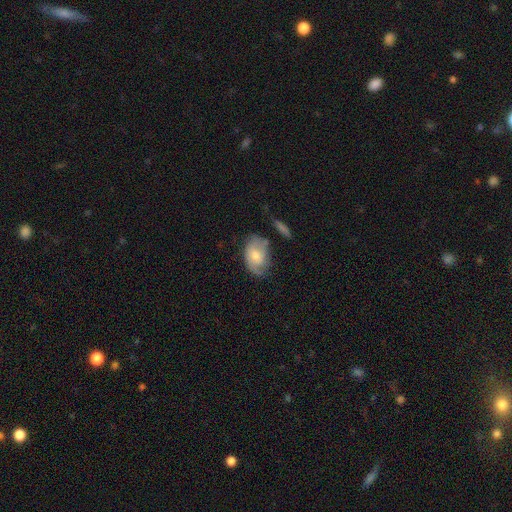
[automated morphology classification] This is possibly a smooth galaxy (49%). Merging: possibly none (52%).